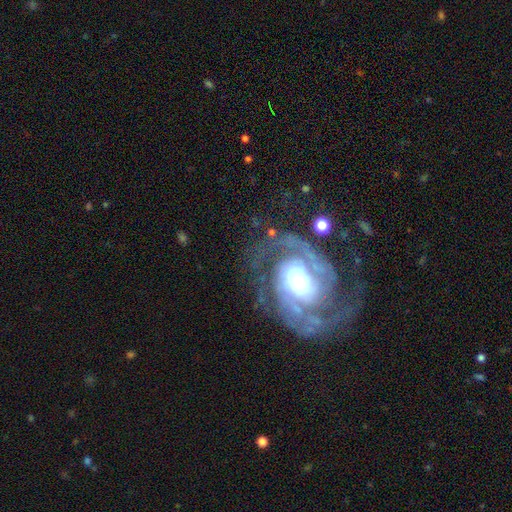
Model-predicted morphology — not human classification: Smooth or featured? featured or disk (88%)
Edge-on disk? no (98%)
Bar? no (47%)
Spiral arms? yes (96%)
Spiral winding? tight (57%)
Spiral arm count? 2 (62%)
Bulge size? large (41%)
Merging? none (72%)